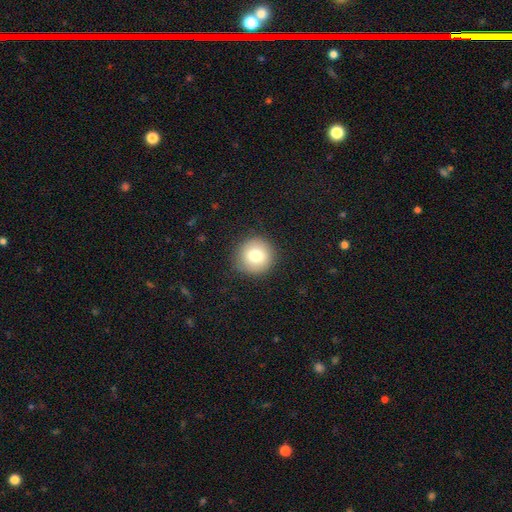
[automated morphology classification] Smooth or featured? smooth (77%)
How rounded? round (92%)
Merging? none (87%)